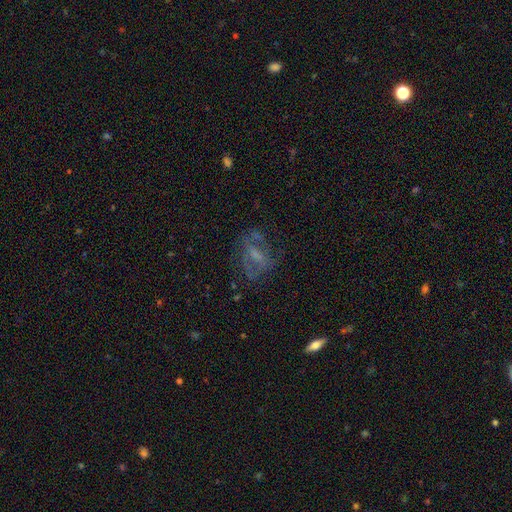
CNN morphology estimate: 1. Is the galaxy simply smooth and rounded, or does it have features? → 57% featured or disk, 28% smooth, 15% star or artifact.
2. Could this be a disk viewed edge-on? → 91% no, 9% yes.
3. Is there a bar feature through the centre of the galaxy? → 40% weak, 38% no, 22% strong.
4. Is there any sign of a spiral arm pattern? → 54% no, 46% yes.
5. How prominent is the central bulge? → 37% small, 30% none, 27% moderate, 4% large, 1% dominant.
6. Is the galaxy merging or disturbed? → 55% none, 23% major disturbance, 19% minor disturbance, 3% merger.